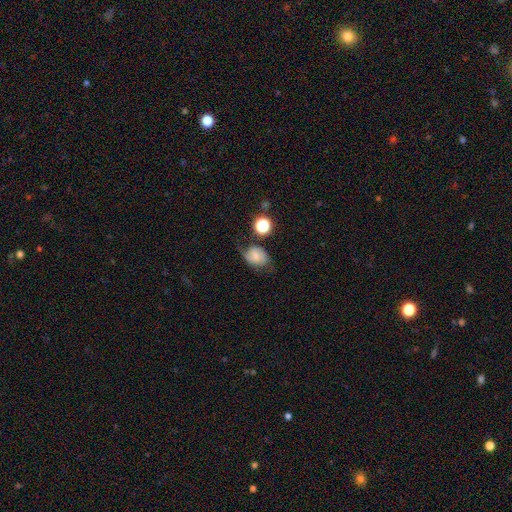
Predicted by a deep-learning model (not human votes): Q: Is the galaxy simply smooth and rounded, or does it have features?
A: smooth — 54%.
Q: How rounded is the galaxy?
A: in between — 53%.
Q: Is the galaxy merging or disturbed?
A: none — 47%.